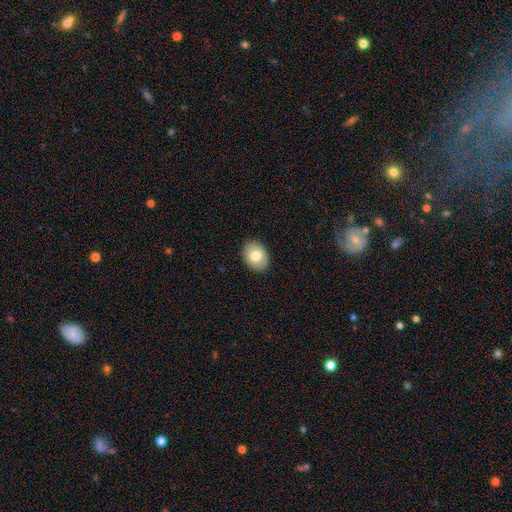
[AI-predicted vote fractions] smooth-or-featured: smooth: 78% | featured or disk: 15% | star or artifact: 8%
  how-rounded: in between: 70% | round: 29% | cigar-shaped: 1%
  merging: none: 89% | minor disturbance: 8% | major disturbance: 2% | merger: 1%